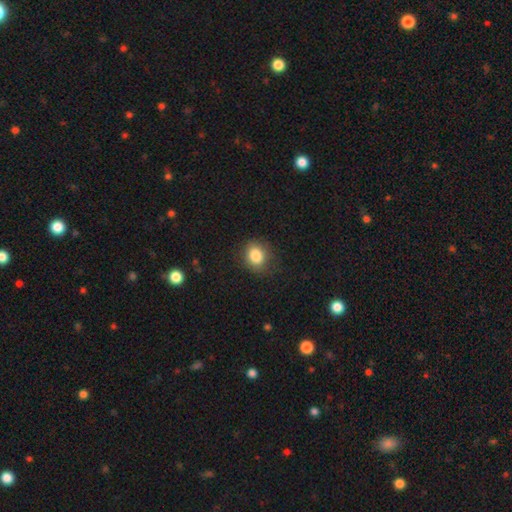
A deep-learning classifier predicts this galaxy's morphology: smooth-or-featured: smooth: 84% | star or artifact: 10% | featured or disk: 6%
  how-rounded: round: 63% | in between: 37% | cigar-shaped: 1%
  merging: none: 82% | minor disturbance: 13% | major disturbance: 4% | merger: 1%